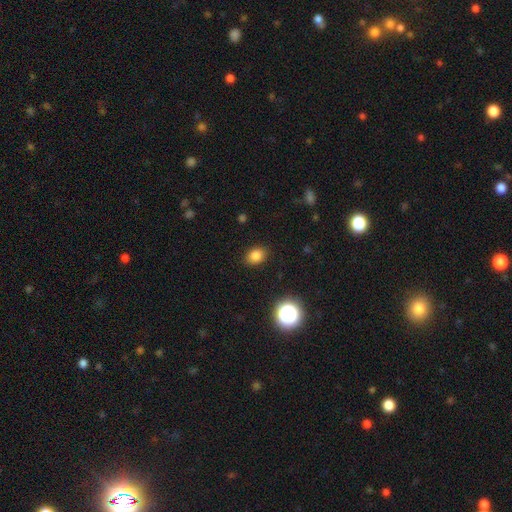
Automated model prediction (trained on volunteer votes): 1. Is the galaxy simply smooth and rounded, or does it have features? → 82% smooth, 13% star or artifact, 5% featured or disk.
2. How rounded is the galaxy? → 66% in between, 32% round, 1% cigar-shaped.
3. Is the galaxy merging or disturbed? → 88% none, 8% minor disturbance, 2% major disturbance, 1% merger.